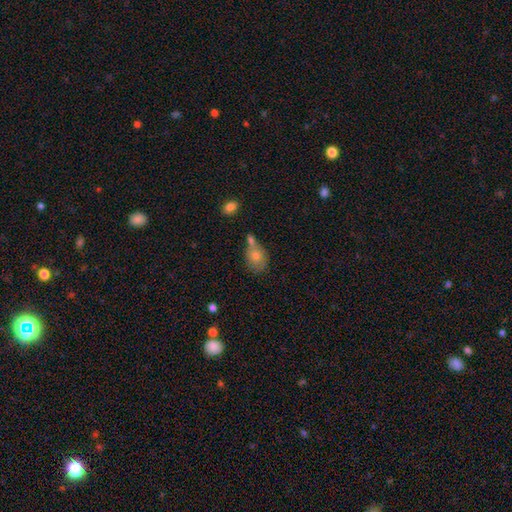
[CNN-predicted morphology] smooth-or-featured: smooth: 73% | featured or disk: 19% | star or artifact: 9%
  how-rounded: in between: 54% | round: 44% | cigar-shaped: 2%
  merging: none: 40% | merger: 34% | minor disturbance: 19% | major disturbance: 7%